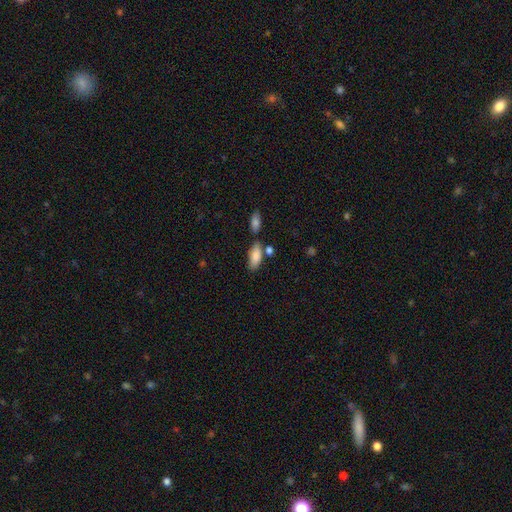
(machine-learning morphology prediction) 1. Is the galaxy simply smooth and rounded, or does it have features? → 85% smooth, 8% featured or disk, 7% star or artifact.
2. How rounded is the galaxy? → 85% in between, 12% cigar-shaped, 3% round.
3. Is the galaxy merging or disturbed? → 64% none, 16% merger, 15% minor disturbance, 4% major disturbance.